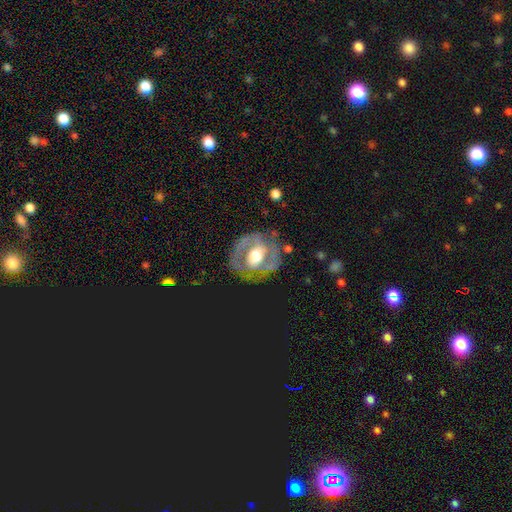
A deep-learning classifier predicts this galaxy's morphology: Smooth or featured? Predicted: featured or disk (p=0.73). Edge-on disk? Predicted: no (p=0.95). Bar? Predicted: no (p=0.44). Spiral arms? Predicted: yes (p=0.57). Bulge size? Predicted: moderate (p=0.56). Merging? Predicted: none (p=0.70).